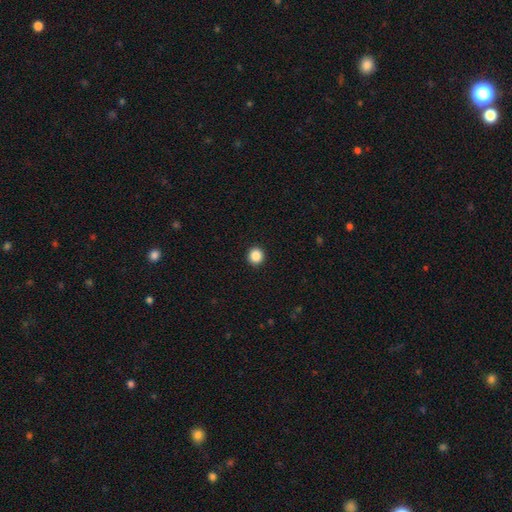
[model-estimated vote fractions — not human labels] smooth 88%, star or artifact 10%, featured or disk 3%. Down the decision tree: how rounded — round (94%); merging — none (93%).